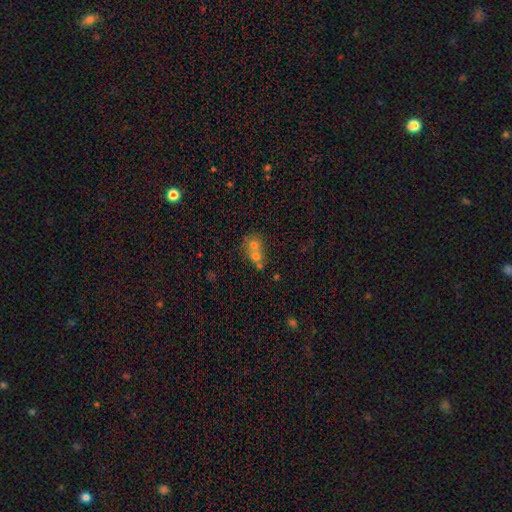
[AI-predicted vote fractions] smooth_or_featured: smooth (p=0.64) [alt: featured or disk p=0.22]
how_rounded: round (p=0.71) [alt: in between p=0.27]
merging: merger (p=0.67) [alt: none p=0.25]